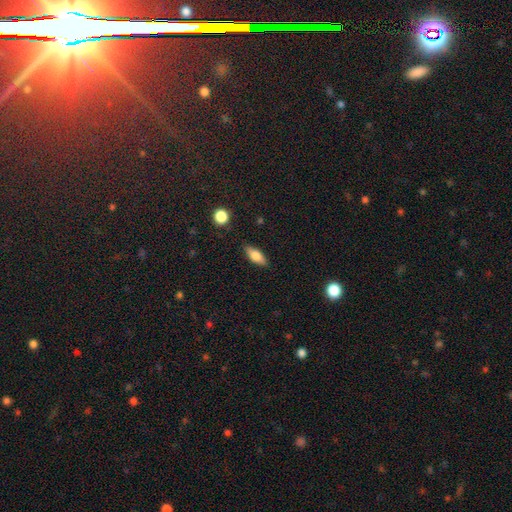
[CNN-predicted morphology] This is likely a smooth galaxy (74%). How rounded: likely in between (72%). Merging: clearly none (85%).